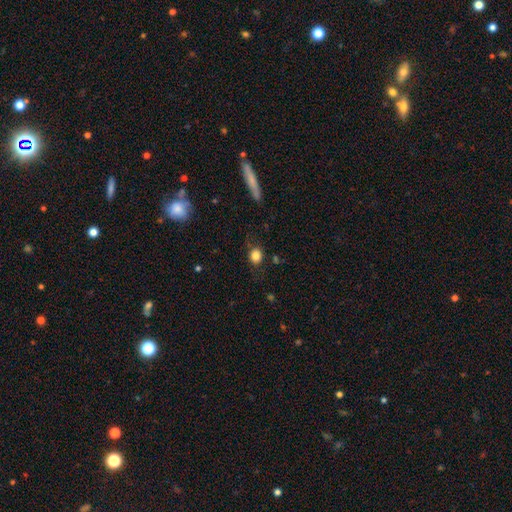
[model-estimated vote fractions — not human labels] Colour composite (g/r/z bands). It shows a smooth galaxy with no disk features (83%) that is round (70%). Merging: none (78%).